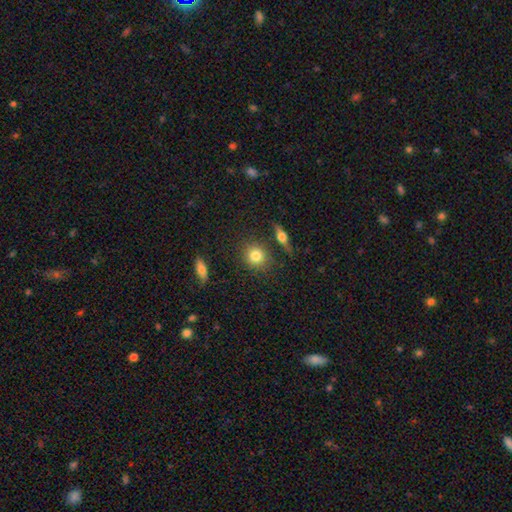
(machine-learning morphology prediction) Overall: smooth (81%). How rounded: round (82%). Merging: none (82%).